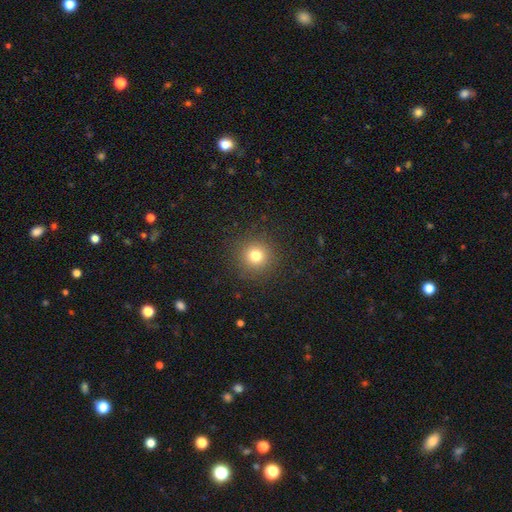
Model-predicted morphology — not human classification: Smooth or featured: smooth — 78% (star or artifact — 15%)
How rounded: round — 94% (in between — 5%)
Merging: none — 90% (minor disturbance — 6%)